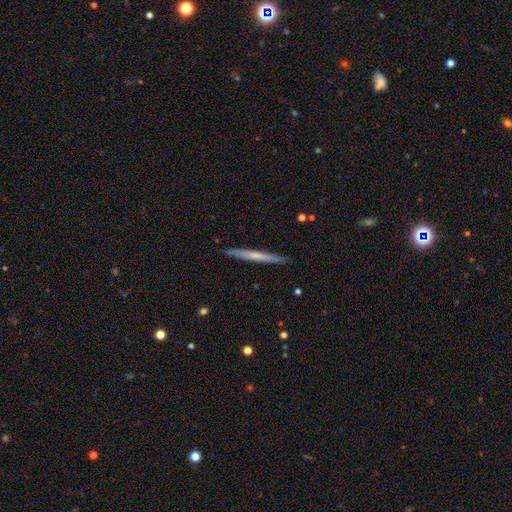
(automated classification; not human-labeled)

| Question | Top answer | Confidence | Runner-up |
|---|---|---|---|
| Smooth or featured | featured or disk | 49% | smooth (46%) |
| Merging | none | 89% | minor disturbance (8%) |